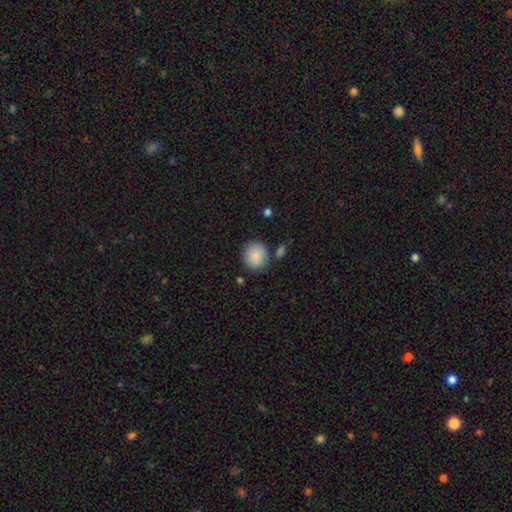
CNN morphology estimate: Q: Smooth or featured?
A: smooth (89%); runner-up: star or artifact (7%)
Q: How rounded?
A: round (79%); runner-up: in between (20%)
Q: Merging?
A: none (79%); runner-up: minor disturbance (12%)